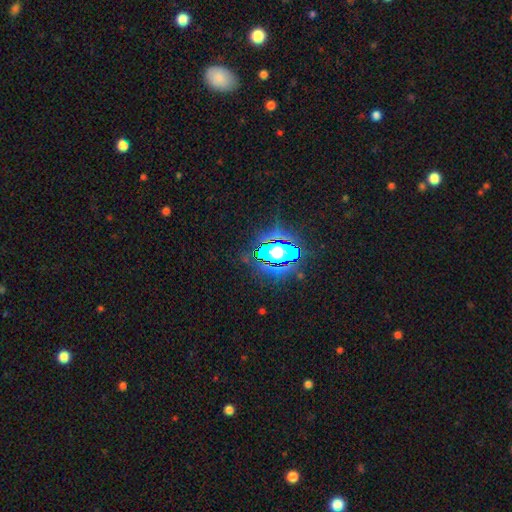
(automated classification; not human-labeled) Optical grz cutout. It shows a star or artifact, not a galaxy (81%).